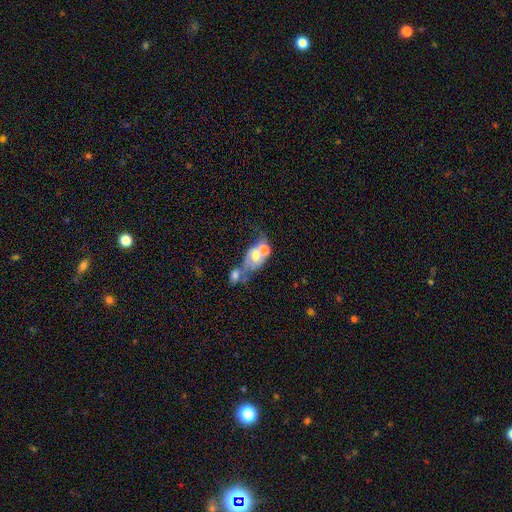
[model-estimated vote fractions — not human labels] Morphology: type=smooth (49%); merging=merger (65%).